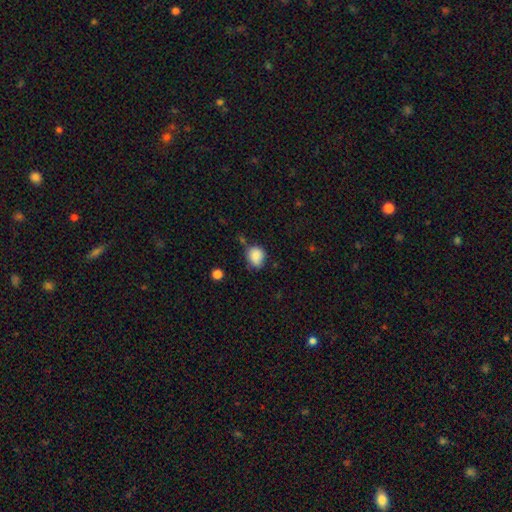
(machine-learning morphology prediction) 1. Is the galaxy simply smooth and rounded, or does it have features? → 85% smooth, 9% star or artifact, 6% featured or disk.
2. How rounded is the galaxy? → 62% round, 37% in between, 1% cigar-shaped.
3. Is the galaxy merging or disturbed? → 59% none, 29% minor disturbance, 6% merger, 6% major disturbance.